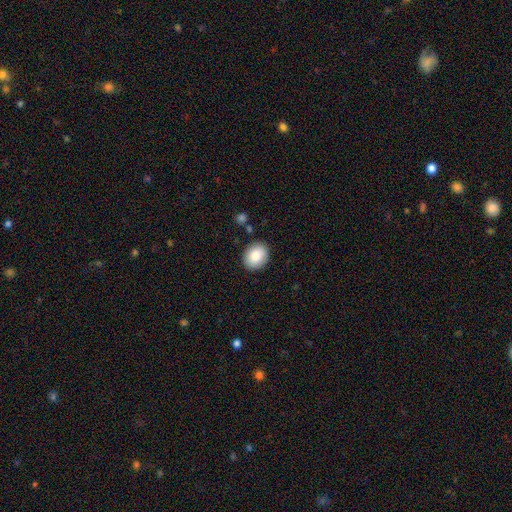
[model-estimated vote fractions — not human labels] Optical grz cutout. It shows a smooth galaxy with no disk features (85%) that is round (55%). Merging: none (88%).